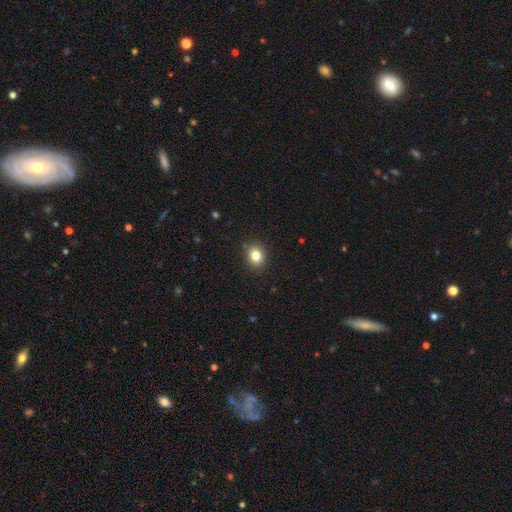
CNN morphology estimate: This is clearly a smooth galaxy (82%). How rounded: possibly round (60%). Merging: clearly none (87%).